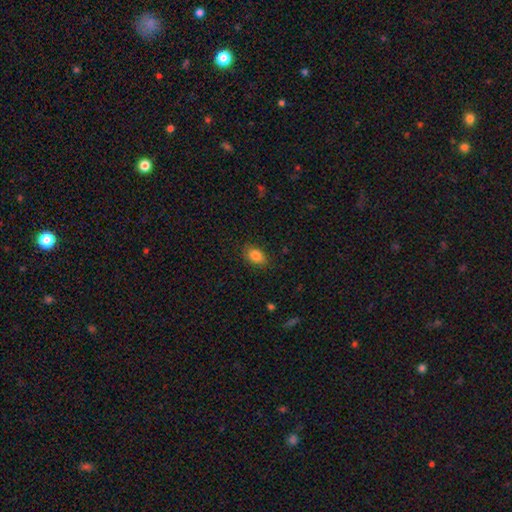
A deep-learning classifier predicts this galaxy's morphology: A smooth galaxy with no disk features (85%) that is in between round and cigar-shaped (82%).

Vote fractions:
- Smooth or featured? smooth: 85% / star or artifact: 9% / featured or disk: 6%
- How rounded? in between: 82% / round: 17% / cigar-shaped: 1%
- Merging? none: 84% / minor disturbance: 12% / major disturbance: 3% / merger: 1%